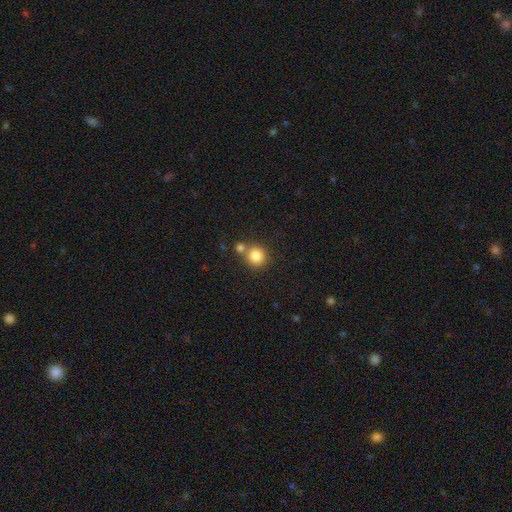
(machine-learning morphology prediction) Q: Smooth or featured?
A: smooth (83%); runner-up: star or artifact (11%)
Q: How rounded?
A: round (90%); runner-up: in between (9%)
Q: Merging?
A: none (65%); runner-up: merger (24%)